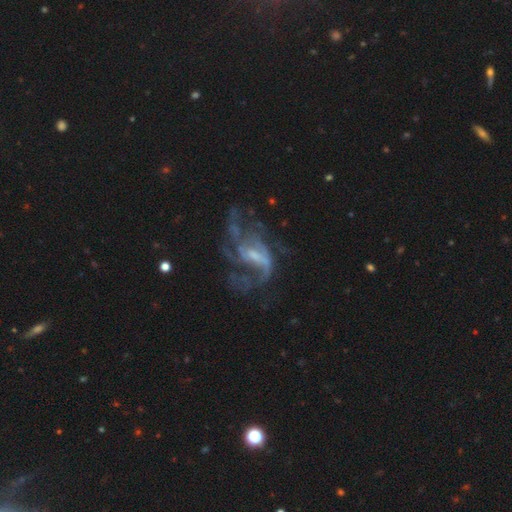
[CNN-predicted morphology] A featured or disk galaxy (82%) with a weak bar (48%), loose (43%) spiral arms (84%) and a small central bulge (44%).

Vote fractions:
- Smooth or featured? featured or disk: 82% / star or artifact: 10% / smooth: 8%
- Edge-on disk? no: 97% / yes: 3%
- Bar? weak: 48% / no: 34% / strong: 17%
- Spiral arms? yes: 84% / no: 16%
- Spiral winding? loose: 43% / medium: 41% / tight: 16%
- Spiral arm count? can't tell: 30% / 3: 24% / 2: 20% / 4: 12% / 1: 8% / more than 4: 6%
- Bulge size? small: 44% / moderate: 34% / none: 16% / large: 5% / dominant: 1%
- Merging? major disturbance: 44% / none: 36% / minor disturbance: 15% / merger: 5%